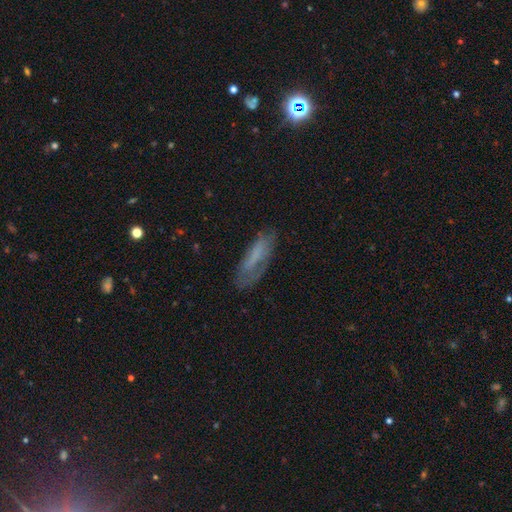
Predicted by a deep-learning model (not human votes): The model was most divided on "how rounded": cigar-shaped: 52%, in between: 46%, round: 2%. More confident: smooth or featured — smooth (56%); merging — none (55%).